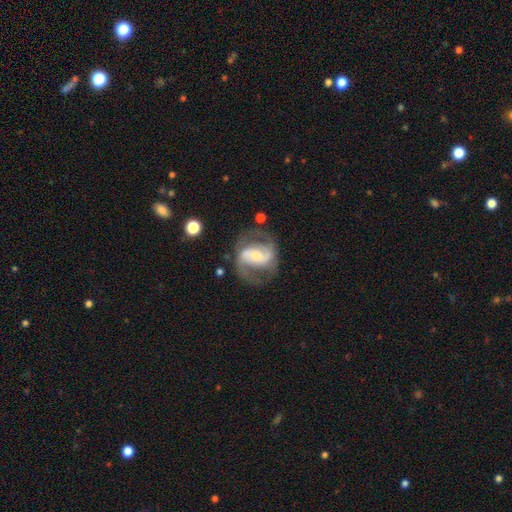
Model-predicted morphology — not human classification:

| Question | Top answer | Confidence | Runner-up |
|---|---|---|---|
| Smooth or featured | featured or disk | 82% | smooth (13%) |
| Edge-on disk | no | 97% | yes (3%) |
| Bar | strong | 38% | weak (37%) |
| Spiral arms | yes | 90% | no (10%) |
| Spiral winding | medium | 52% | loose (27%) |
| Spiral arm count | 2 | 88% | can't tell (6%) |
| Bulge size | small | 45% | moderate (43%) |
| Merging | none | 66% | minor disturbance (17%) |